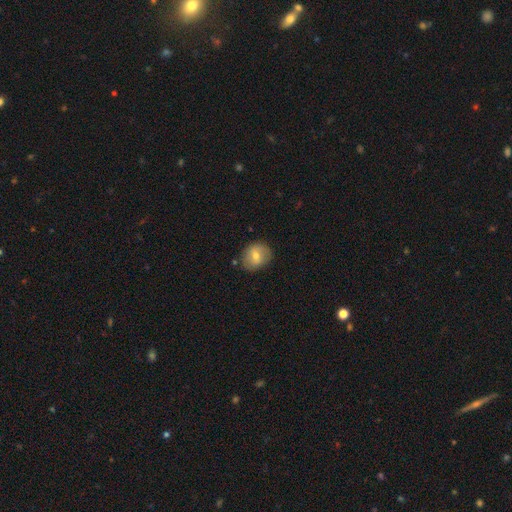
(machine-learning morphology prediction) type=smooth (63%); roundness=round (62%); merging=none (80%).